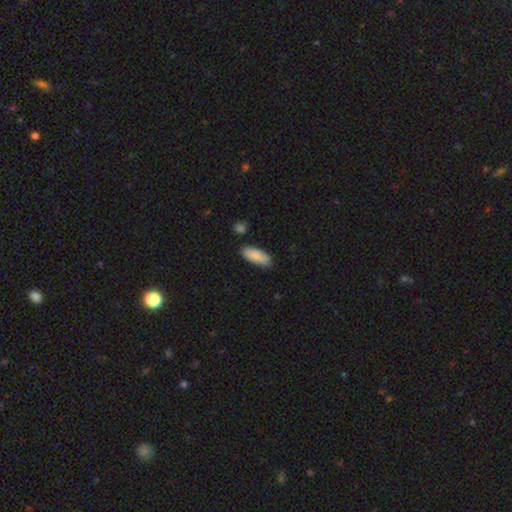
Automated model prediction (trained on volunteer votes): Q: Smooth or featured?
A: smooth (87%); runner-up: featured or disk (7%)
Q: How rounded?
A: in between (76%); runner-up: cigar-shaped (22%)
Q: Merging?
A: none (81%); runner-up: minor disturbance (14%)